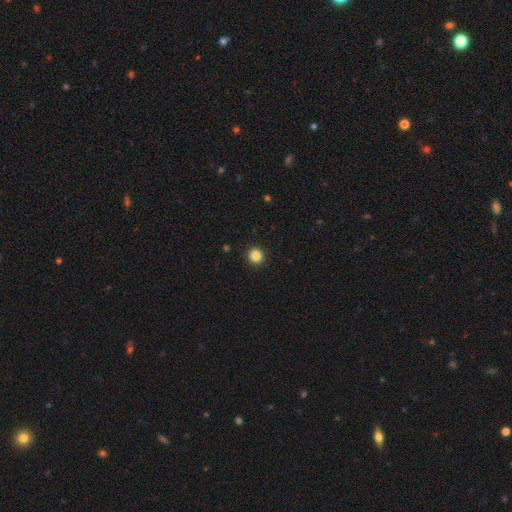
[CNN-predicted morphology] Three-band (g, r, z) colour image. It shows a smooth galaxy with no disk features (85%) that is round (92%). Merging: none (93%).